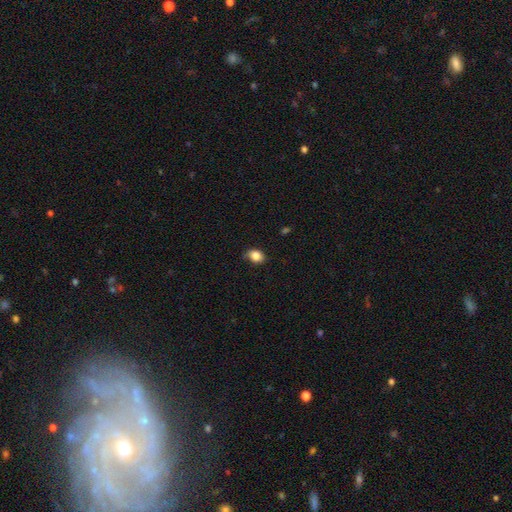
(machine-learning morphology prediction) Q: Smooth or featured?
A: smooth (85%); runner-up: star or artifact (9%)
Q: How rounded?
A: in between (64%); runner-up: round (35%)
Q: Merging?
A: none (74%); runner-up: minor disturbance (21%)